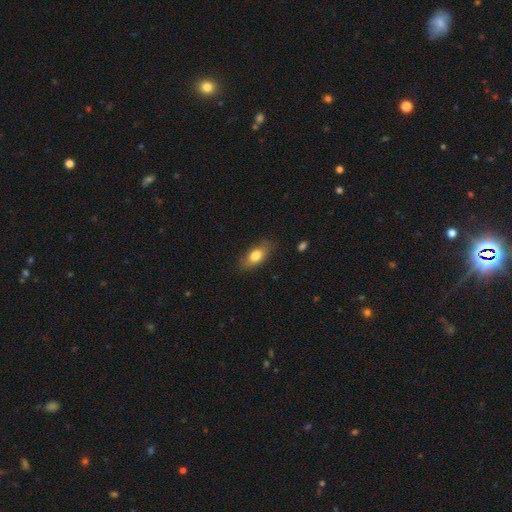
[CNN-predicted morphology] Smooth or featured?
  - smooth: 76% *
  - featured or disk: 16%
  - star or artifact: 7%
How rounded?
  - in between: 85% *
  - cigar-shaped: 9%
  - round: 6%
Merging?
  - none: 75% *
  - minor disturbance: 20%
  - major disturbance: 4%
  - merger: 1%